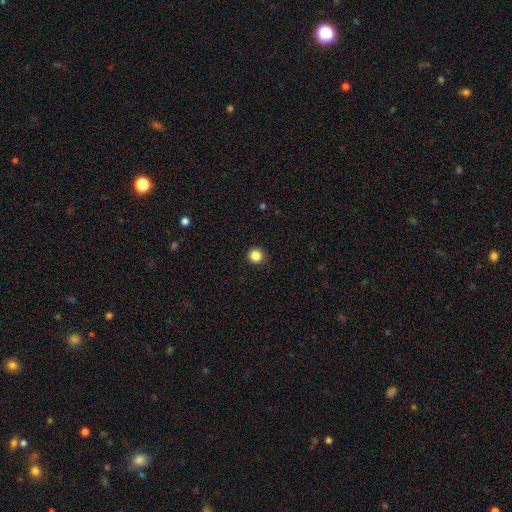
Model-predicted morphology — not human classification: A smooth galaxy with no disk features (86%) that is round (94%).

Vote fractions:
- Smooth or featured? smooth: 86% / star or artifact: 11% / featured or disk: 3%
- How rounded? round: 94% / in between: 5% / cigar-shaped: 1%
- Merging? none: 91% / minor disturbance: 6% / major disturbance: 2% / merger: 1%